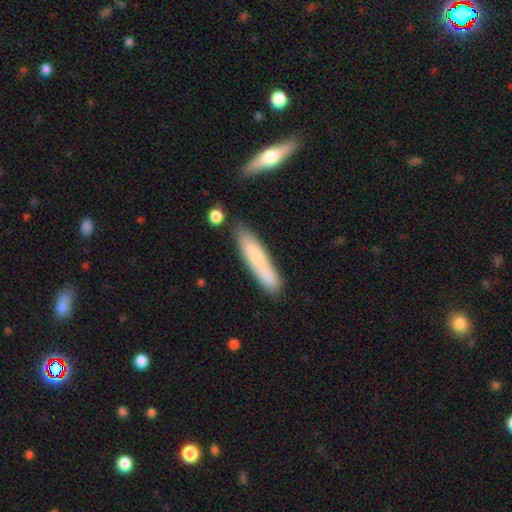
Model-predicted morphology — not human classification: type=smooth (76%); roundness=cigar-shaped (82%); merging=none (72%).